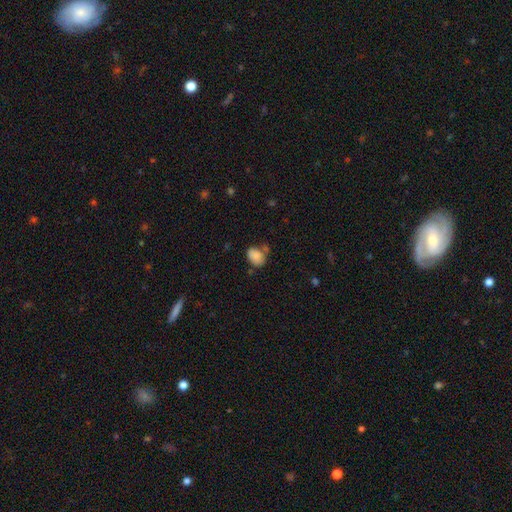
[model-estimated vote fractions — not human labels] Smooth or featured: smooth — 83% (featured or disk — 9%)
How rounded: in between — 65% (round — 34%)
Merging: none — 53% (minor disturbance — 24%)